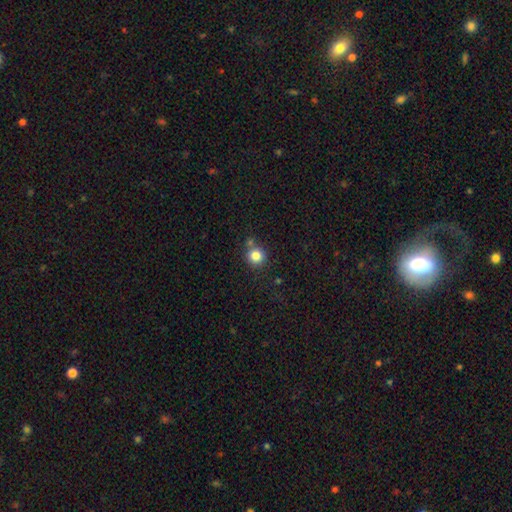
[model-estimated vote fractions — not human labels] Smooth or featured? Predicted: smooth (p=0.83). How rounded? Predicted: round (p=0.92). Merging? Predicted: none (p=0.73).